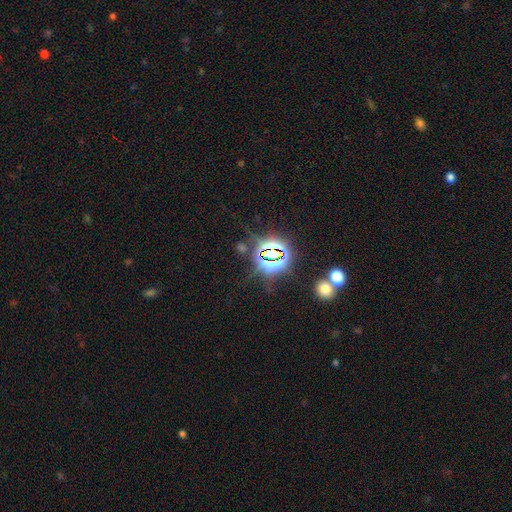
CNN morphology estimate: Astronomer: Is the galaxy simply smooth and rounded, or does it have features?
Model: star or artifact — 79%.